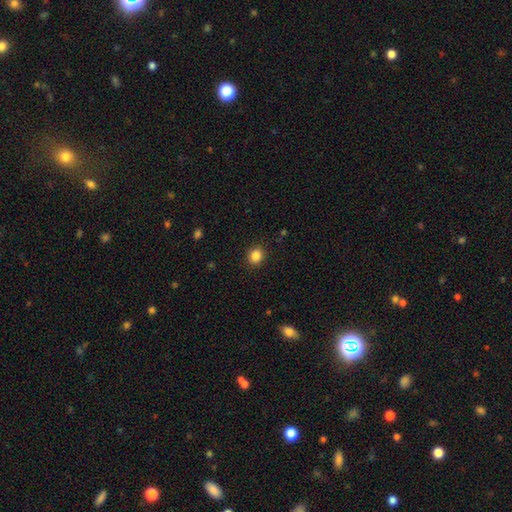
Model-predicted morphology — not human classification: A smooth galaxy with no disk features (85%) that is round (79%).

Vote fractions:
- Smooth or featured? smooth: 85% / star or artifact: 11% / featured or disk: 4%
- How rounded? round: 79% / in between: 20% / cigar-shaped: 1%
- Merging? none: 90% / minor disturbance: 6% / major disturbance: 2% / merger: 1%